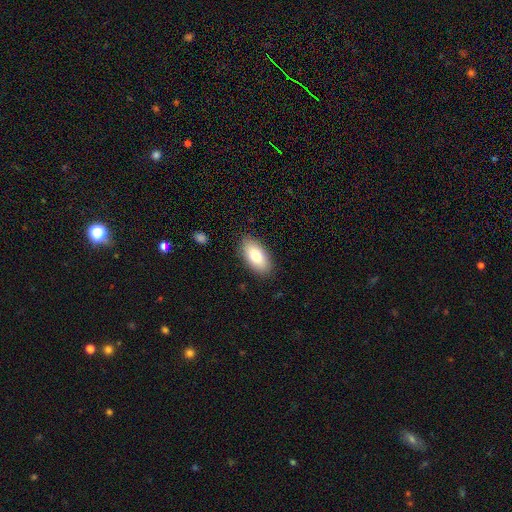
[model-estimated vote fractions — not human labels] Q: Smooth or featured?
A: smooth (80%); runner-up: featured or disk (13%)
Q: How rounded?
A: in between (93%); runner-up: cigar-shaped (4%)
Q: Merging?
A: none (87%); runner-up: minor disturbance (9%)